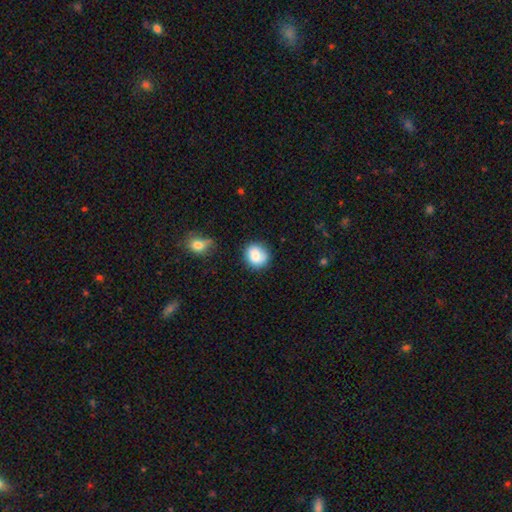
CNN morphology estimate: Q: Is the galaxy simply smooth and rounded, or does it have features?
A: smooth — 81%.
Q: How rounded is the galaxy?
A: round — 79%.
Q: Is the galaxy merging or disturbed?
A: none — 73%.